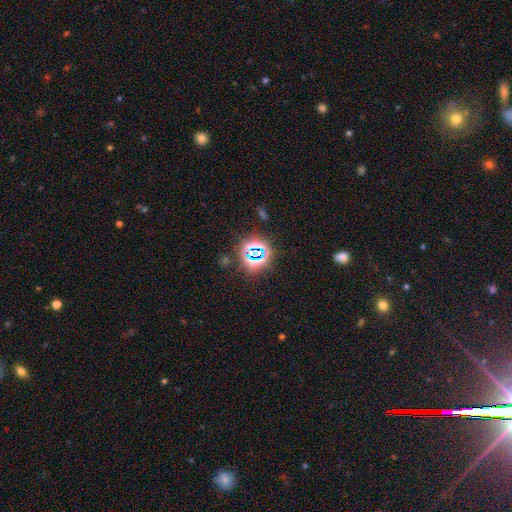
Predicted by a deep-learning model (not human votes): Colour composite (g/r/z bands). It shows a star or artifact, not a galaxy (72%).